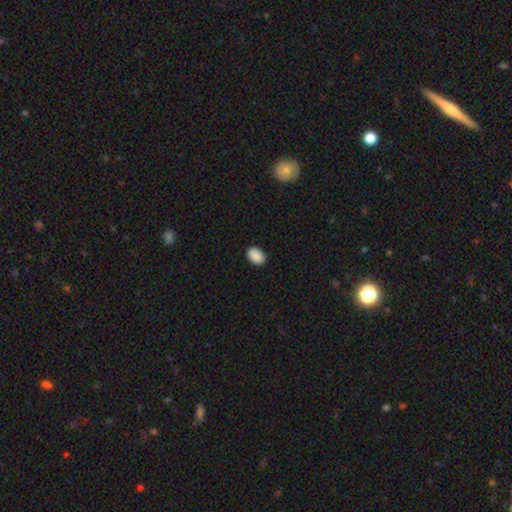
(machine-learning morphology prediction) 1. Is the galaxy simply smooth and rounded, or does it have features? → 91% smooth, 7% star or artifact, 2% featured or disk.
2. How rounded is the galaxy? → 85% in between, 13% round, 1% cigar-shaped.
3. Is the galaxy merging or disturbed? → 90% none, 7% minor disturbance, 2% major disturbance, 1% merger.